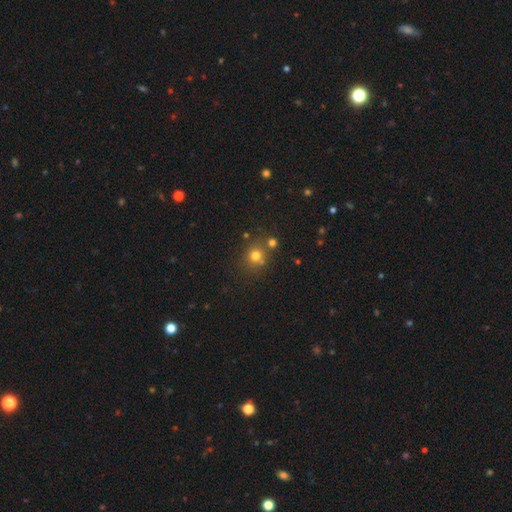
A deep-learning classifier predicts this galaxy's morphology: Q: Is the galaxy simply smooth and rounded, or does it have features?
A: smooth — 73%.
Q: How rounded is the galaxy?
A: round — 85%.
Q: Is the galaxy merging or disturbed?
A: none — 68%.